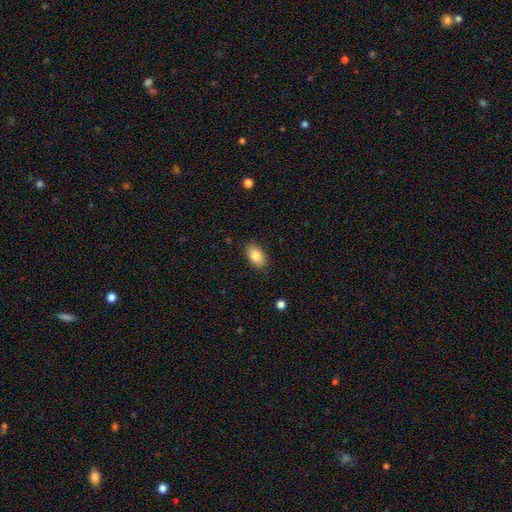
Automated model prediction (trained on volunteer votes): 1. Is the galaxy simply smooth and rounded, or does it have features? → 85% smooth, 8% featured or disk, 7% star or artifact.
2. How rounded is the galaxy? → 91% in between, 7% round, 2% cigar-shaped.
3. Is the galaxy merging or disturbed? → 87% none, 10% minor disturbance, 2% major disturbance, 1% merger.